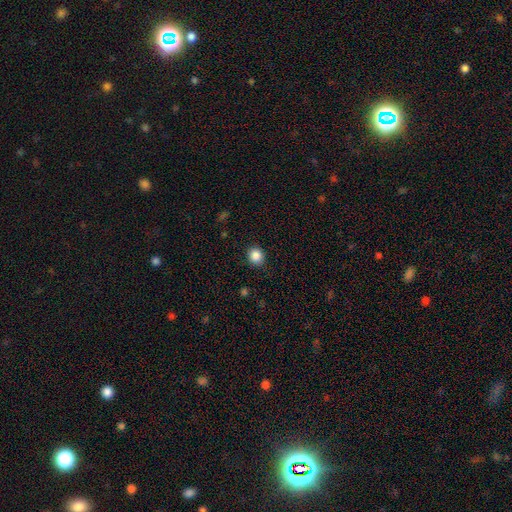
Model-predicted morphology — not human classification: A smooth galaxy with no disk features (86%) that is round (83%).

Vote fractions:
- Smooth or featured? smooth: 86% / star or artifact: 10% / featured or disk: 4%
- How rounded? round: 83% / in between: 16% / cigar-shaped: 1%
- Merging? none: 89% / minor disturbance: 7% / major disturbance: 2% / merger: 1%